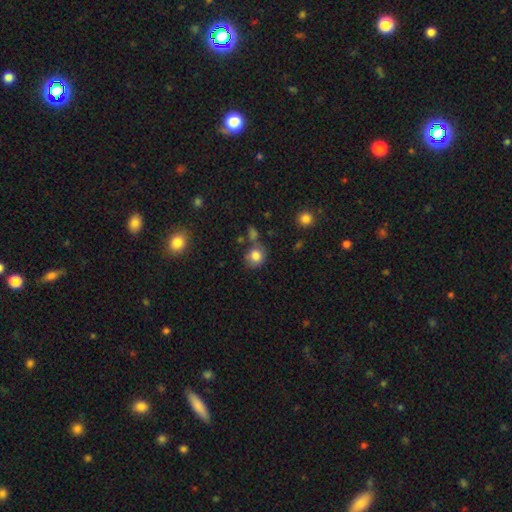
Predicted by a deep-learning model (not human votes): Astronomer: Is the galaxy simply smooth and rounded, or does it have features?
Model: smooth — 82%.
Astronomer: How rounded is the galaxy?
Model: round — 77%.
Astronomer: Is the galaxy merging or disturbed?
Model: none — 61%.